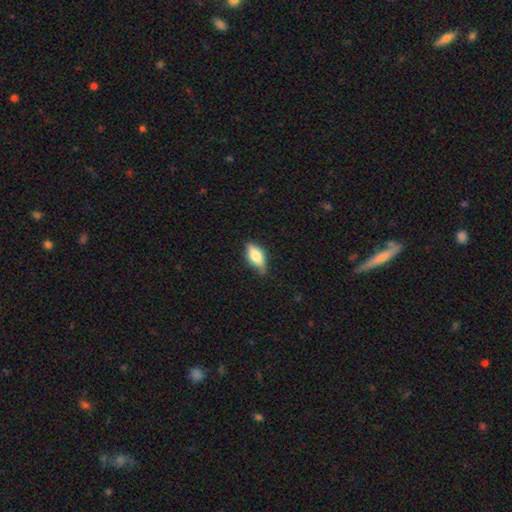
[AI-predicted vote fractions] Morphology: type=smooth (68%); roundness=in between (81%); merging=none (75%).